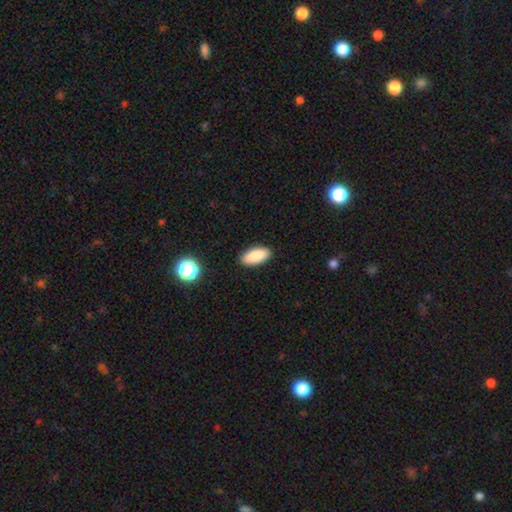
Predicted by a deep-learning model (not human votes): A smooth galaxy with no disk features (88%) that is in between round and cigar-shaped (89%). Merging: none (90%).